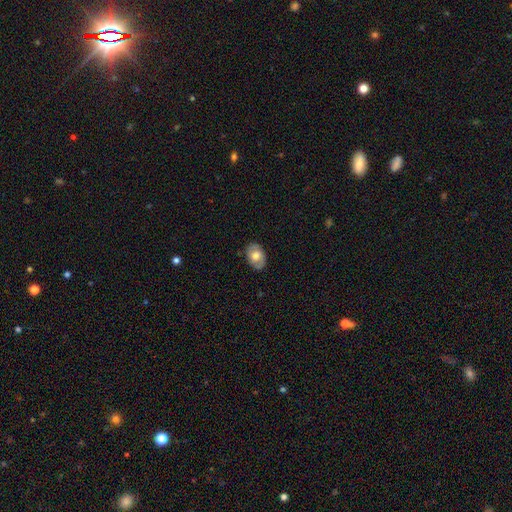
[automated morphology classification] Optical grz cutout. It shows a smooth galaxy with no disk features (56%) that is in between round and cigar-shaped (81%). Merging: none (83%).